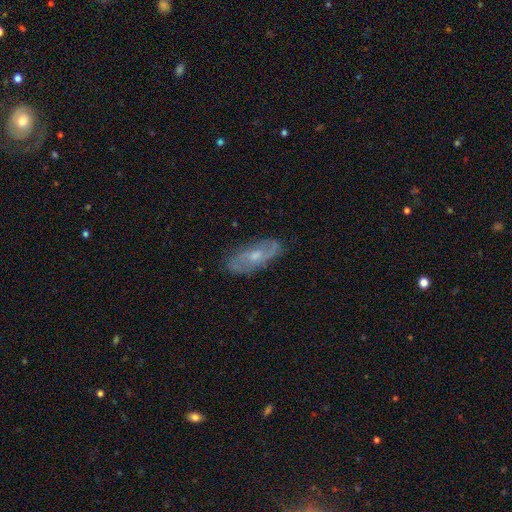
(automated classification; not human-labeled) Smooth or featured? Predicted: featured or disk (p=0.67). Edge-on disk? Predicted: no (p=0.87). Bar? Predicted: no (p=0.60). Spiral arms? Predicted: yes (p=0.83). Bulge size? Predicted: moderate (p=0.55). Merging? Predicted: none (p=0.78).